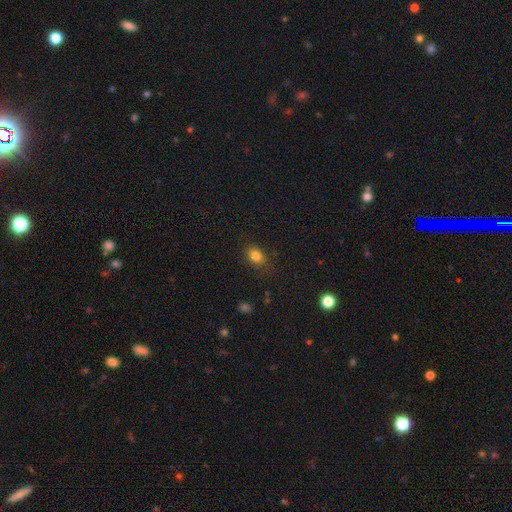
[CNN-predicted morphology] This appears to be a smooth galaxy with no disk features (83%) that is in between round and cigar-shaped (67%). Merging: none (80%).